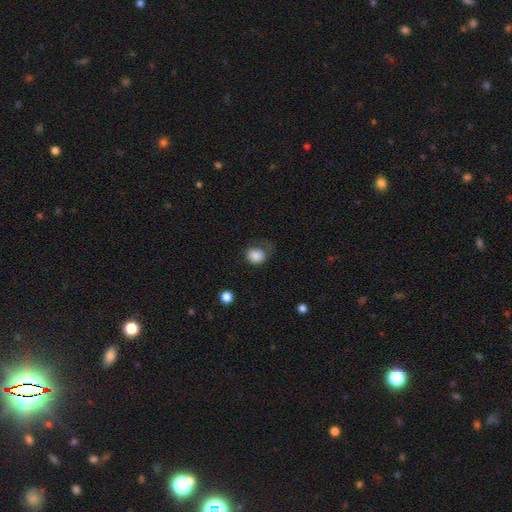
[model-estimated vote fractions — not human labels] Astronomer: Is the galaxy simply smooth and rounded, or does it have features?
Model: smooth — 85%.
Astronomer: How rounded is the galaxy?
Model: round — 66%.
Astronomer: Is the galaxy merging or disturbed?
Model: none — 47% (runner-up: minor disturbance, 29%).